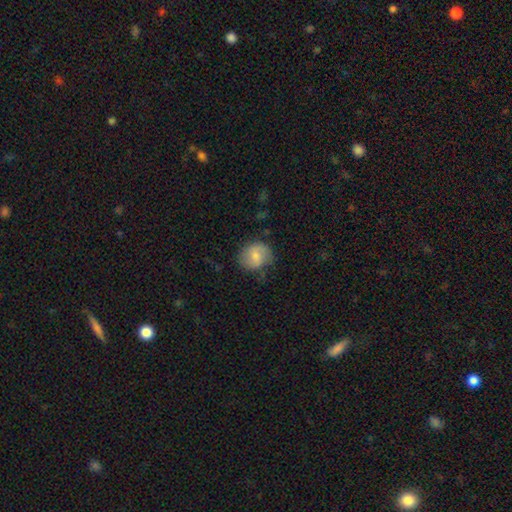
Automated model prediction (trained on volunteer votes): Smooth or featured? smooth (68%)
How rounded? round (72%)
Merging? none (69%)